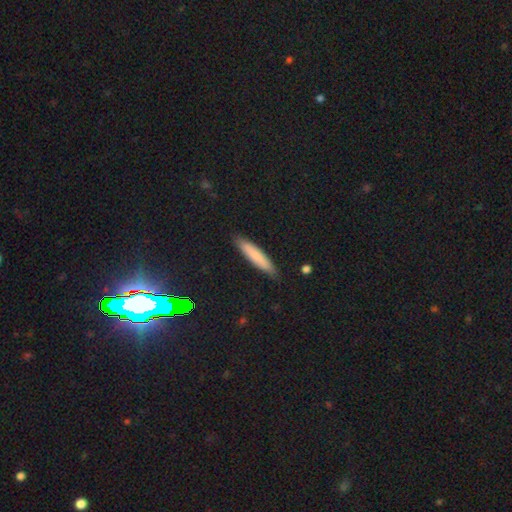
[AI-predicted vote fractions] A smooth galaxy with no disk features (74%) that is cigar-shaped (86%). Merging: none (87%).